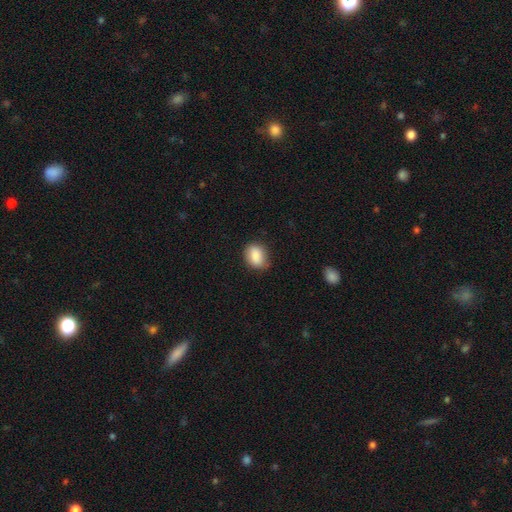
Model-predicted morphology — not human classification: Q: Smooth or featured?
A: smooth (87%); runner-up: star or artifact (7%)
Q: How rounded?
A: in between (66%); runner-up: round (32%)
Q: Merging?
A: none (75%); runner-up: minor disturbance (20%)